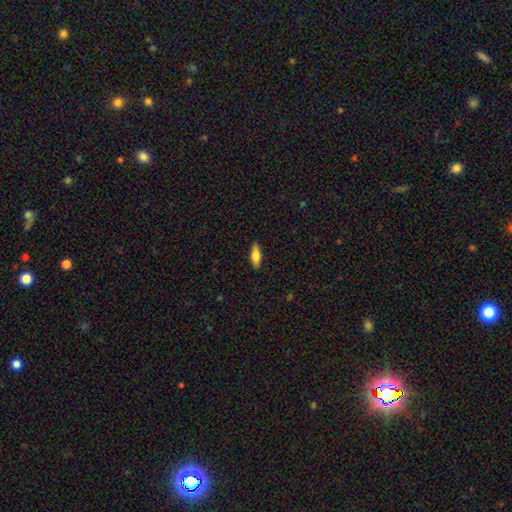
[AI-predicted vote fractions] Smooth or featured? Predicted: smooth (p=0.69). How rounded? Predicted: in between (p=0.65). Merging? Predicted: none (p=0.88).